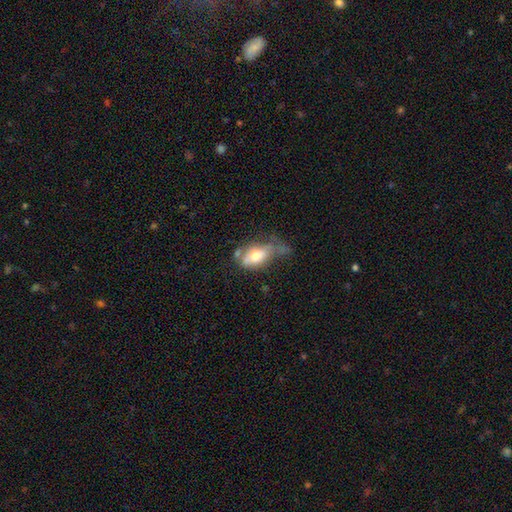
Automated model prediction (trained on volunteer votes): smooth_or_featured: smooth (p=0.61) [alt: featured or disk p=0.31]
how_rounded: in between (p=0.86) [alt: cigar-shaped p=0.07]
merging: major disturbance (p=0.32) [alt: minor disturbance p=0.27]